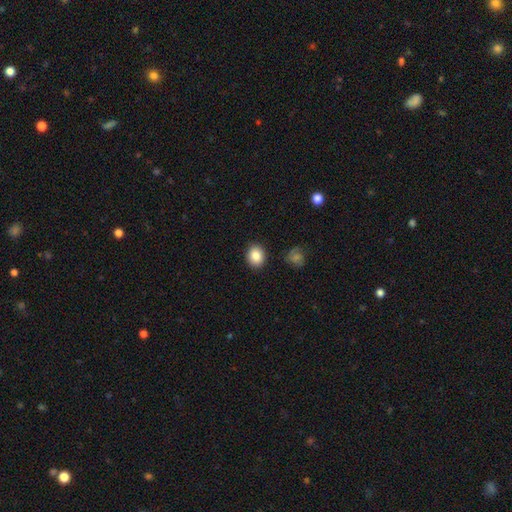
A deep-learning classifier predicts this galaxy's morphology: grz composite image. It shows a smooth galaxy with no disk features (85%) that is round (58%). Merging: none (88%).